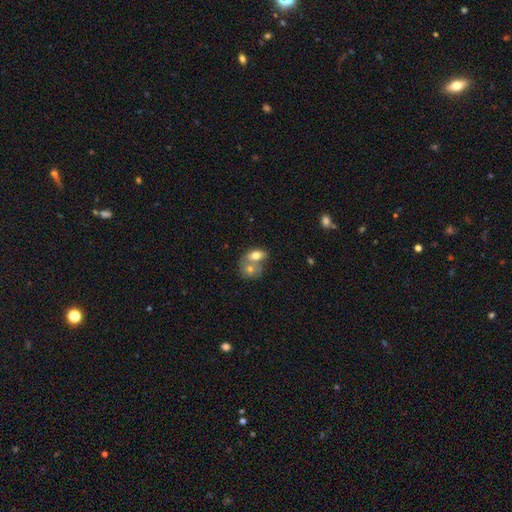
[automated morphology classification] type=smooth (72%); roundness=in between (77%); merging=merger (67%).